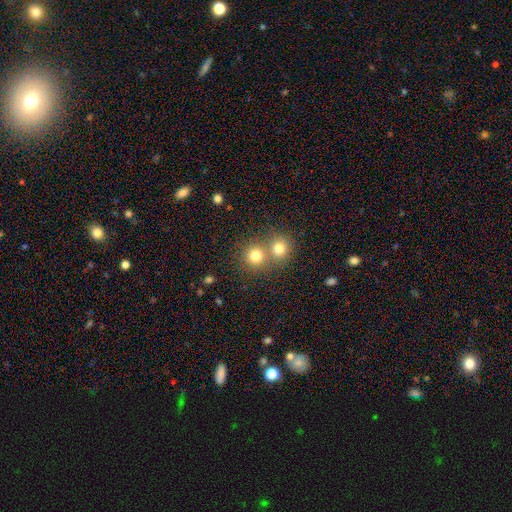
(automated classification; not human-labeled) Smooth or featured?
  - smooth: 78% *
  - star or artifact: 13%
  - featured or disk: 9%
How rounded?
  - round: 89% *
  - in between: 10%
  - cigar-shaped: 1%
Merging?
  - none: 49% *
  - merger: 43%
  - minor disturbance: 5%
  - major disturbance: 2%